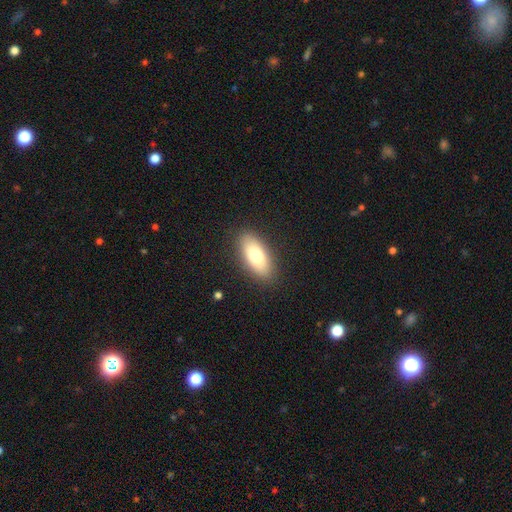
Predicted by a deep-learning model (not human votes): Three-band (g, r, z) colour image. It shows a smooth galaxy with no disk features (75%) that is in between round and cigar-shaped (82%). Merging: none (88%).